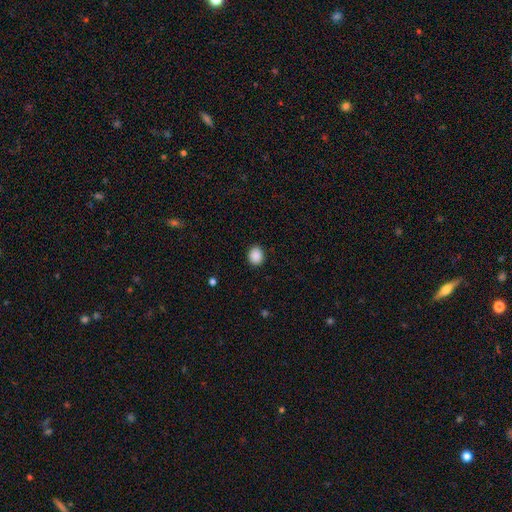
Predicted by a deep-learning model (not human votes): This is clearly a smooth galaxy (89%). How rounded: likely round (62%). Merging: clearly none (90%).